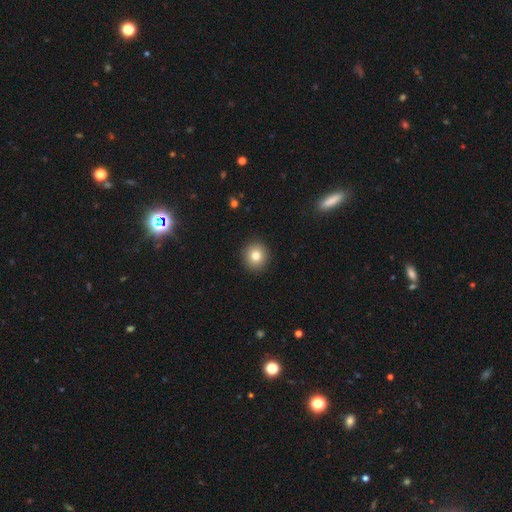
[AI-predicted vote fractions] This appears to be a smooth galaxy with no disk features (80%) that is round (91%). Merging: none (92%).